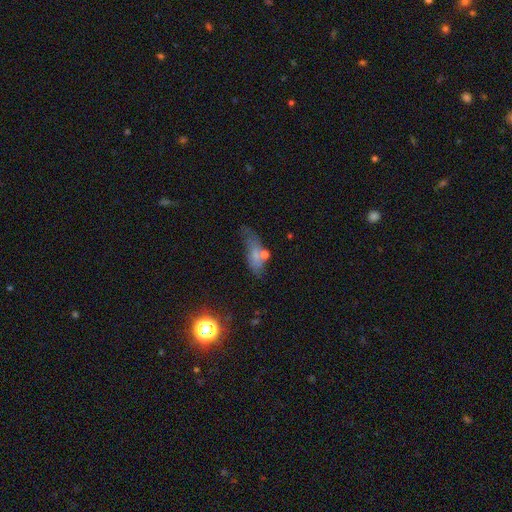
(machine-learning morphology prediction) Smooth or featured?
  - smooth: 54% *
  - featured or disk: 29%
  - star or artifact: 17%
How rounded?
  - in between: 74% *
  - cigar-shaped: 19%
  - round: 6%
Merging?
  - none: 39% *
  - minor disturbance: 28%
  - major disturbance: 21%
  - merger: 12%